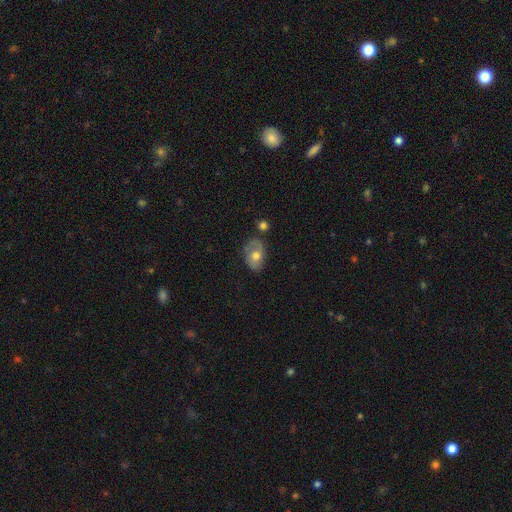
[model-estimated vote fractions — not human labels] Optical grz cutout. It shows a smooth galaxy with no disk features (56%) that is in between round and cigar-shaped (82%). Merging: none (63%).